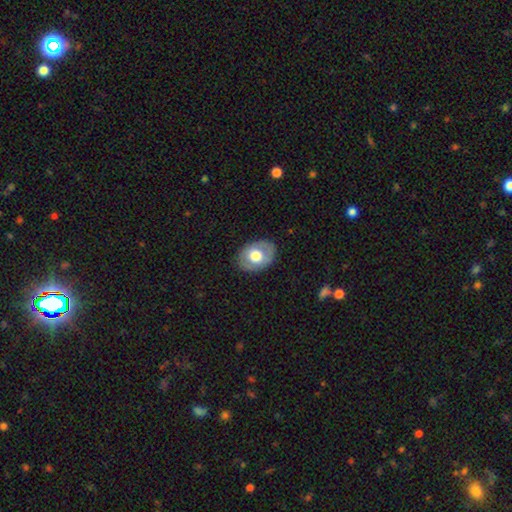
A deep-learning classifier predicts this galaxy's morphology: This is possibly a smooth galaxy (59%). How rounded: likely in between (70%). Merging: clearly none (83%).